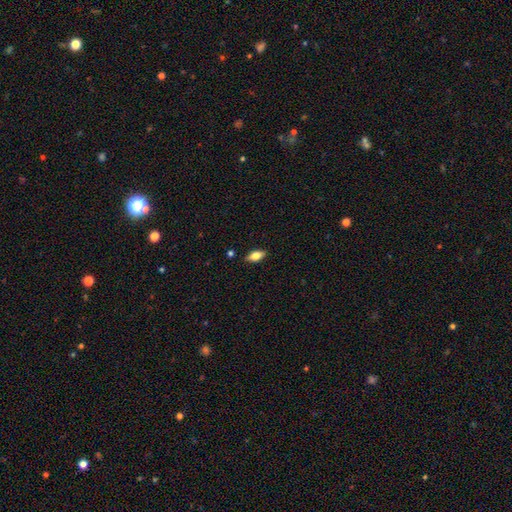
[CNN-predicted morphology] type=smooth (71%); roundness=in between (83%); merging=none (87%).